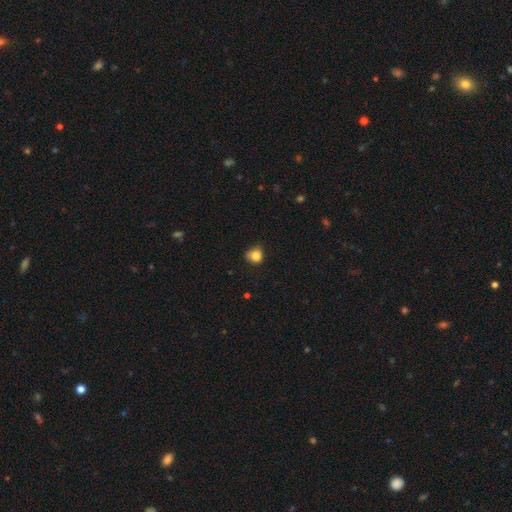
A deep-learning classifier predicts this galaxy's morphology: smooth-or-featured: smooth: 82% | star or artifact: 11% | featured or disk: 7%
  how-rounded: round: 71% | in between: 28% | cigar-shaped: 1%
  merging: none: 58% | minor disturbance: 32% | major disturbance: 8% | merger: 2%